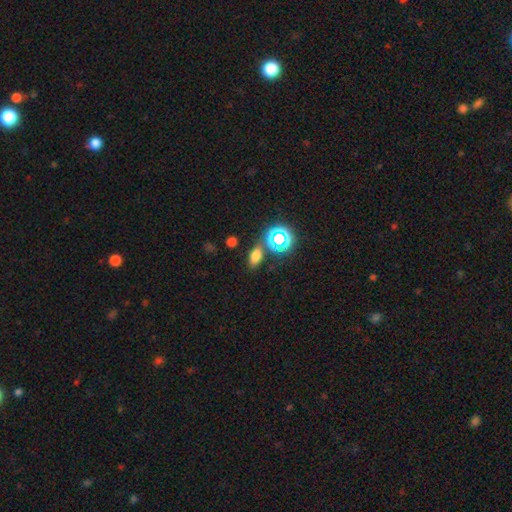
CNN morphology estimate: The model was most divided on "smooth or featured": smooth: 68%, star or artifact: 24%, featured or disk: 8%. More confident: how rounded — in between (81%); merging — none (78%).